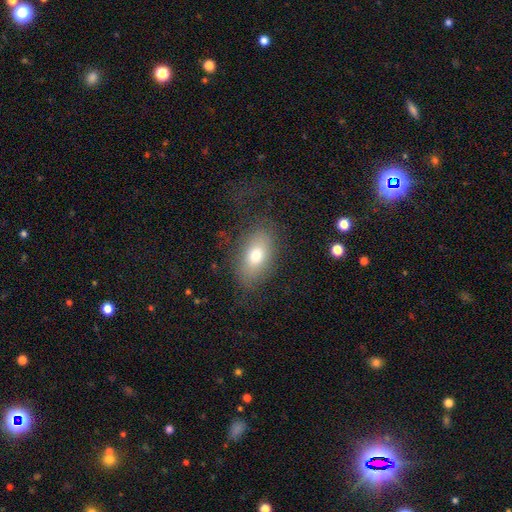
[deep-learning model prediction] Smooth or featured? Predicted: smooth (p=0.73). How rounded? Predicted: in between (p=0.86). Merging? Predicted: none (p=0.74).